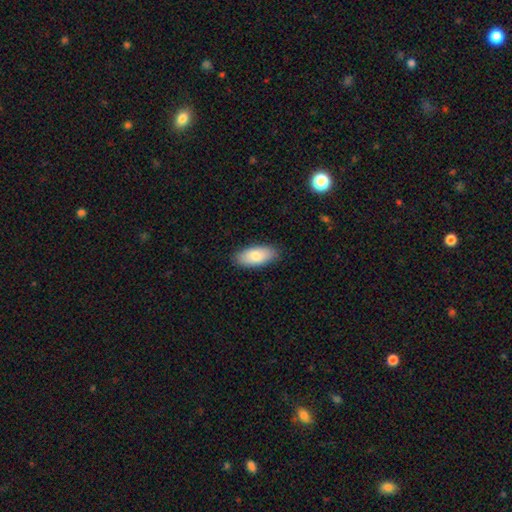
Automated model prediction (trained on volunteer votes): Smooth or featured? smooth (81%)
How rounded? in between (90%)
Merging? none (87%)